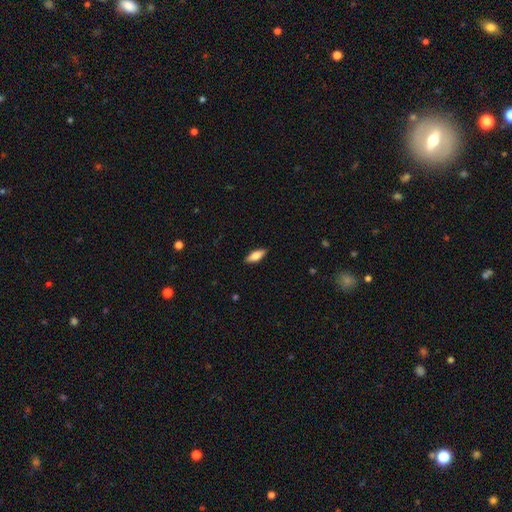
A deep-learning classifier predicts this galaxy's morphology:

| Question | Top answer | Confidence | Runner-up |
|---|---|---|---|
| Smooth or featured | smooth | 75% | featured or disk (19%) |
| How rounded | in between | 72% | cigar-shaped (26%) |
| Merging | none | 89% | minor disturbance (9%) |